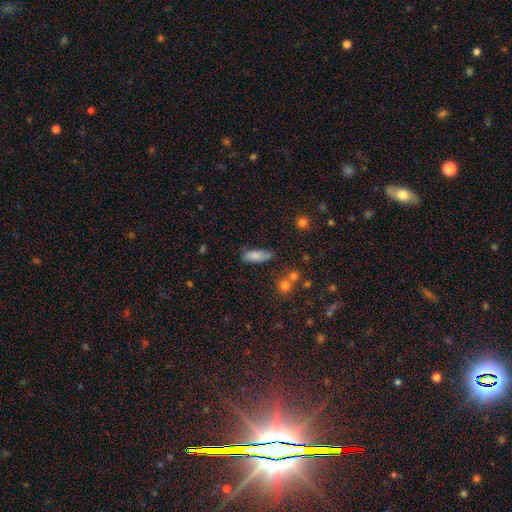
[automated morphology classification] Smooth or featured: smooth — 79% (featured or disk — 13%)
How rounded: in between — 71% (cigar-shaped — 26%)
Merging: none — 64% (minor disturbance — 25%)